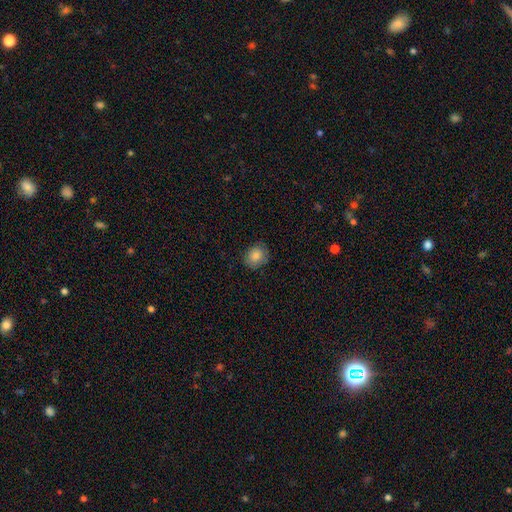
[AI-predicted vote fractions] Smooth or featured?
  - smooth: 83% *
  - star or artifact: 9%
  - featured or disk: 8%
How rounded?
  - round: 67% *
  - in between: 32%
  - cigar-shaped: 1%
Merging?
  - none: 80% *
  - minor disturbance: 16%
  - major disturbance: 3%
  - merger: 1%